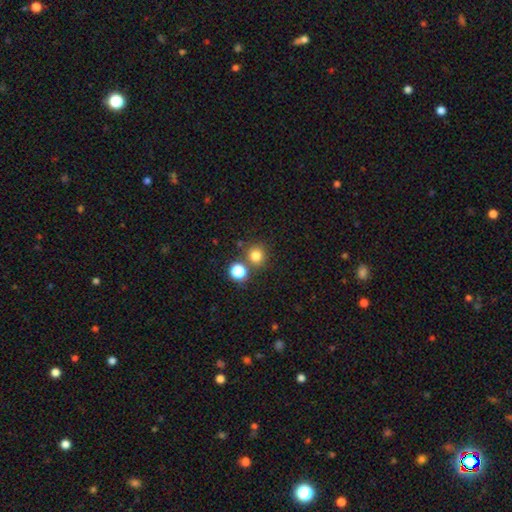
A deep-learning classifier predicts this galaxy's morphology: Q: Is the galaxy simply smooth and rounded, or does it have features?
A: smooth — 79%.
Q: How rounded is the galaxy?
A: round — 91%.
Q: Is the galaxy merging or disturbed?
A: none — 77%.